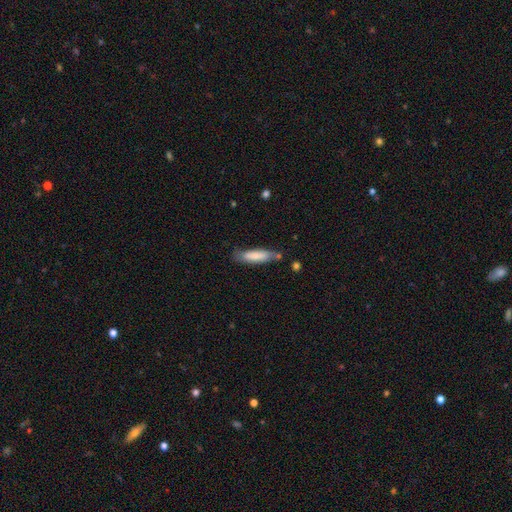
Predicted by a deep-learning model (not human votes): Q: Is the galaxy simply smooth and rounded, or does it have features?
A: smooth — 76%.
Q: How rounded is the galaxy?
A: cigar-shaped — 69%.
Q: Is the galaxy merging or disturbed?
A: none — 69%.